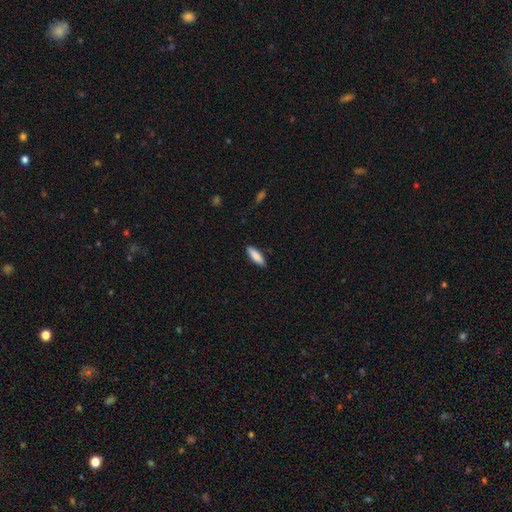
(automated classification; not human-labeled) The model was most divided on "how rounded": cigar-shaped: 50%, in between: 49%, round: 2%. More confident: merging — none (88%); smooth or featured — smooth (86%).